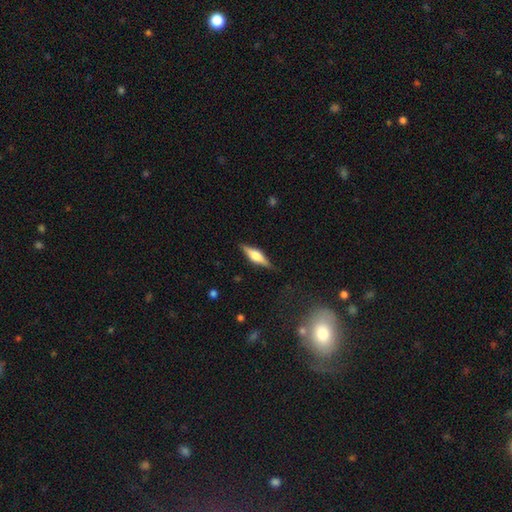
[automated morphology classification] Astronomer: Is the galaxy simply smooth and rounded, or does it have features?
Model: featured or disk — 60%.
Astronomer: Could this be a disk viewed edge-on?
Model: yes — 96%.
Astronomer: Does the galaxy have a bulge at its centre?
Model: rounded — 82%.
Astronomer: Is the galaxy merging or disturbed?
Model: none — 86%.